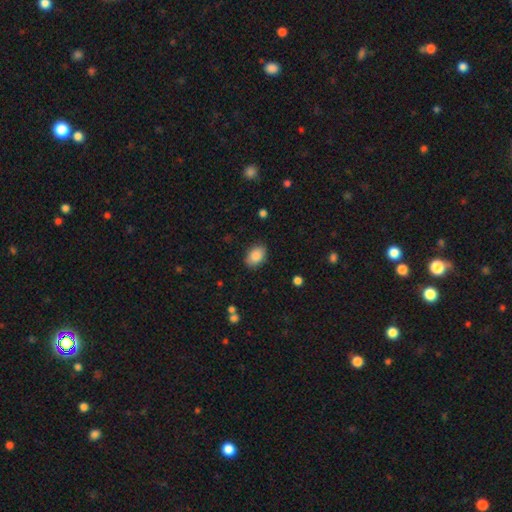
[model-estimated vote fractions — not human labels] A smooth galaxy with no disk features (87%) that is in between round and cigar-shaped (84%).

Vote fractions:
- Smooth or featured? smooth: 87% / star or artifact: 7% / featured or disk: 6%
- How rounded? in between: 84% / round: 14% / cigar-shaped: 1%
- Merging? none: 86% / minor disturbance: 10% / major disturbance: 2% / merger: 1%